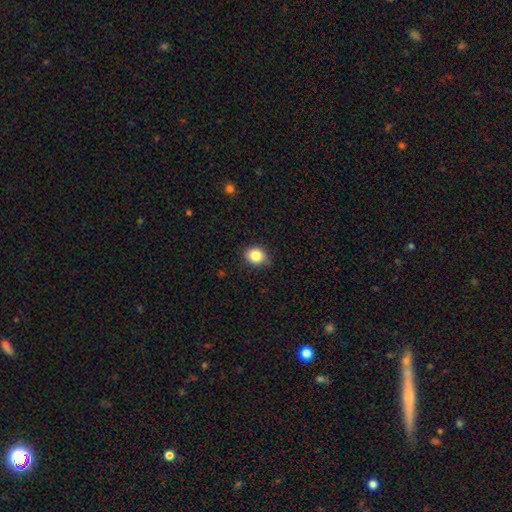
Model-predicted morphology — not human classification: A smooth galaxy with no disk features (85%) that is round (68%). Merging: none (80%).